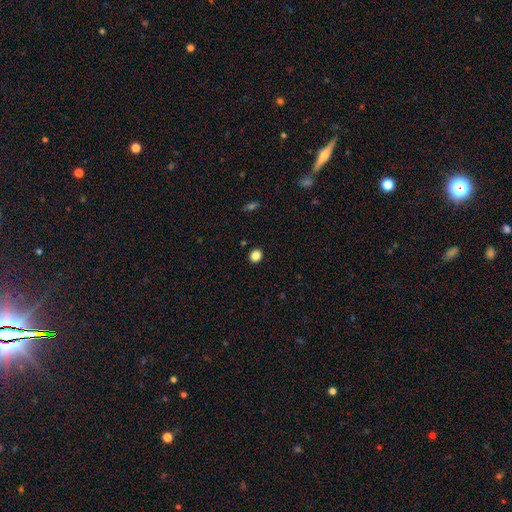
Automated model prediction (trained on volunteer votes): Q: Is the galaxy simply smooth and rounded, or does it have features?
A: smooth — 86%.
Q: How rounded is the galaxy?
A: round — 75%.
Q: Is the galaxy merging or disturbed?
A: none — 91%.